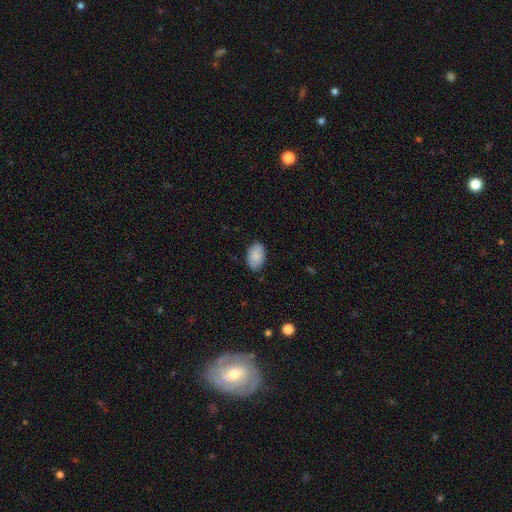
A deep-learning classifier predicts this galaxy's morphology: A smooth galaxy with no disk features (88%) that is in between round and cigar-shaped (92%). Merging: none (85%).